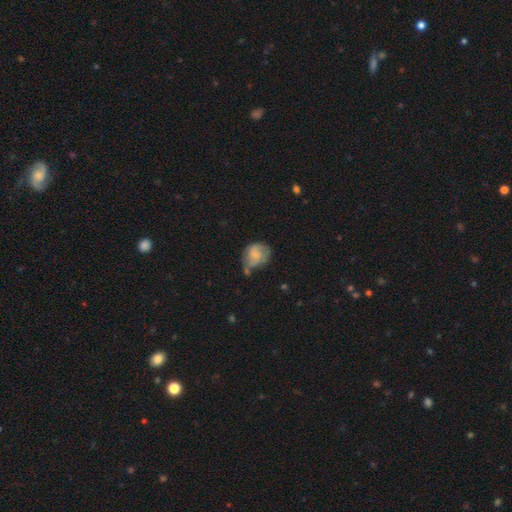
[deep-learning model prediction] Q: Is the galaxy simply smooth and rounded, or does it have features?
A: smooth — 53%.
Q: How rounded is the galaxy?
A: round — 58%.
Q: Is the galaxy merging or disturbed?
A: none — 40%.